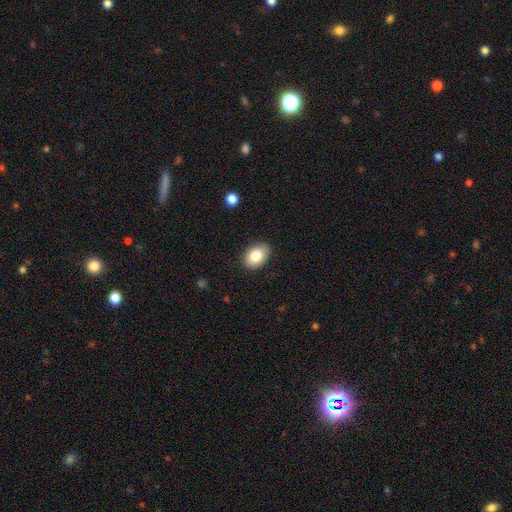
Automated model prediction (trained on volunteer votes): smooth-or-featured: smooth: 84% | featured or disk: 9% | star or artifact: 7%
  how-rounded: in between: 85% | round: 14% | cigar-shaped: 1%
  merging: none: 87% | minor disturbance: 10% | major disturbance: 2% | merger: 1%